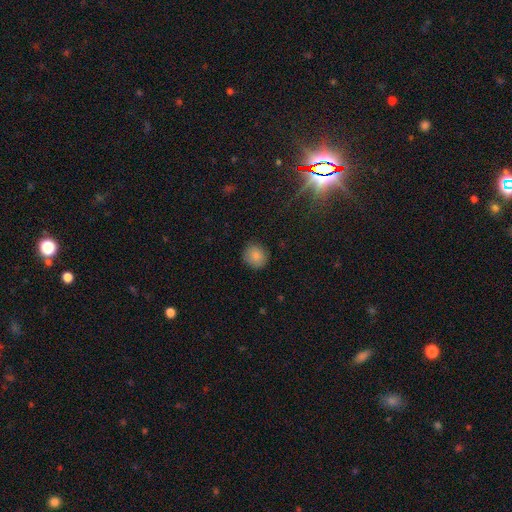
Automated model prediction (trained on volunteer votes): smooth_or_featured: smooth (p=0.84) [alt: star or artifact p=0.10]
how_rounded: round (p=0.88) [alt: in between p=0.11]
merging: none (p=0.88) [alt: minor disturbance p=0.09]